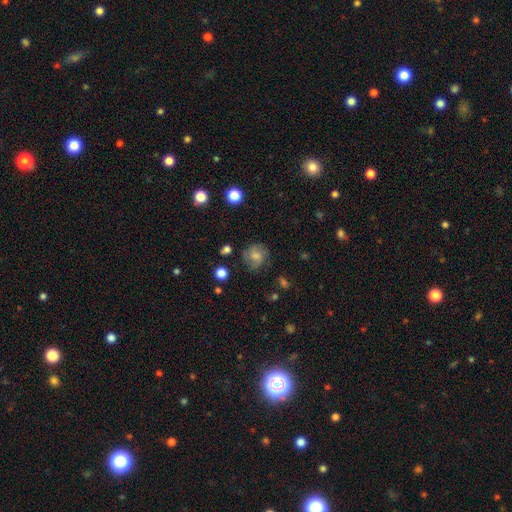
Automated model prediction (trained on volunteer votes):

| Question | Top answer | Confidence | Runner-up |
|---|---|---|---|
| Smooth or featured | smooth | 57% | featured or disk (32%) |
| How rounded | round | 81% | in between (18%) |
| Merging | none | 69% | minor disturbance (19%) |